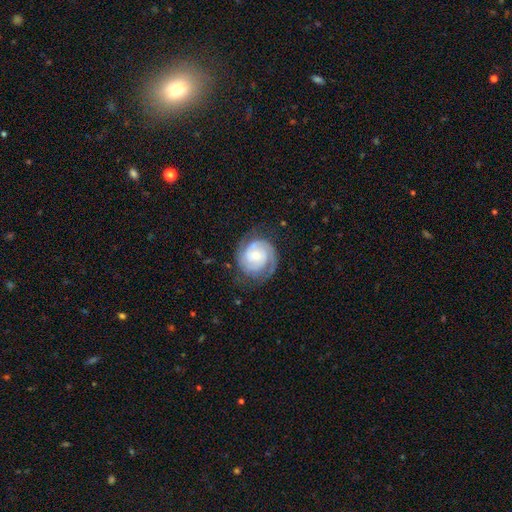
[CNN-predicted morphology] Smooth or featured? featured or disk (84%)
Edge-on disk? no (98%)
Bar? no (63%)
Spiral arms? yes (97%)
Spiral winding? tight (68%)
Spiral arm count? 2 (56%)
Bulge size? small (55%)
Merging? none (72%)